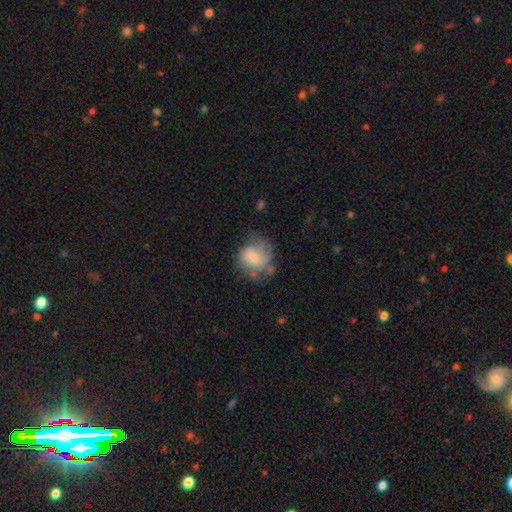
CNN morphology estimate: This is possibly a smooth galaxy (48%). Merging: possibly none (53%).